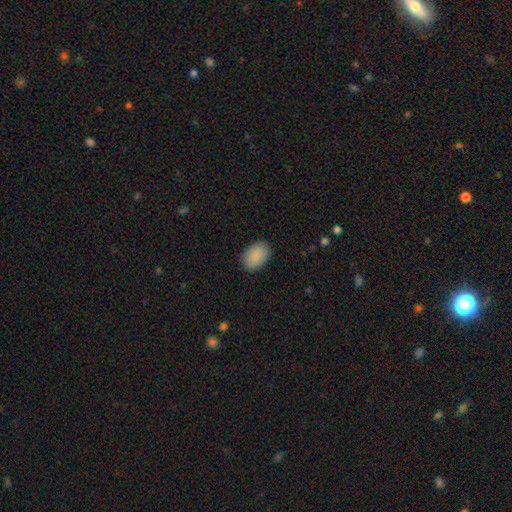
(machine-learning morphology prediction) smooth 90%, star or artifact 6%, featured or disk 4%. Down the decision tree: how rounded — in between (88%); merging — none (87%).